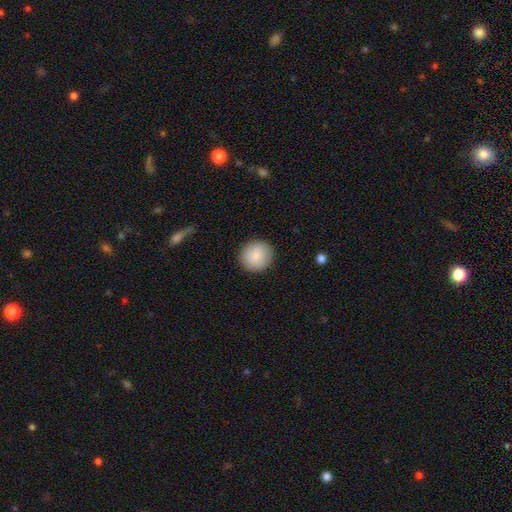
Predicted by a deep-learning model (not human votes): smooth 88%, star or artifact 7%, featured or disk 5%. Down the decision tree: how rounded — round (90%); merging — none (91%).